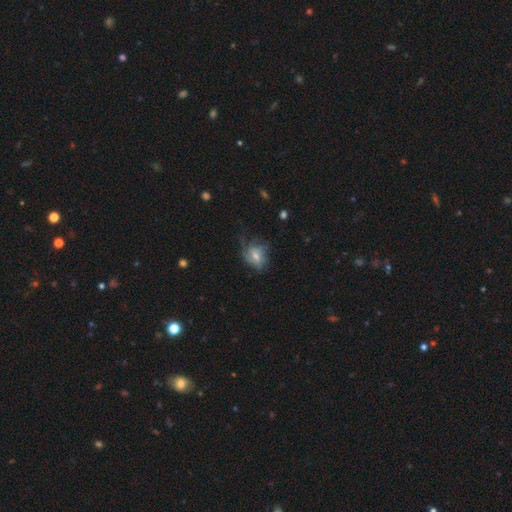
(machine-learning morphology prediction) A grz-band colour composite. It shows a featured or disk galaxy (58%) with no bar (58%), spiral arms (78%) and a moderate central bulge (49%). Merging: none (45%).